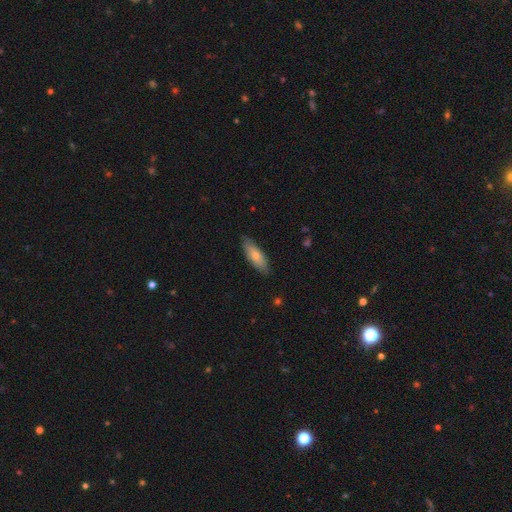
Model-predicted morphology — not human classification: smooth 70%, featured or disk 24%, star or artifact 6%. Down the decision tree: how rounded — in between (59%); merging — none (83%).